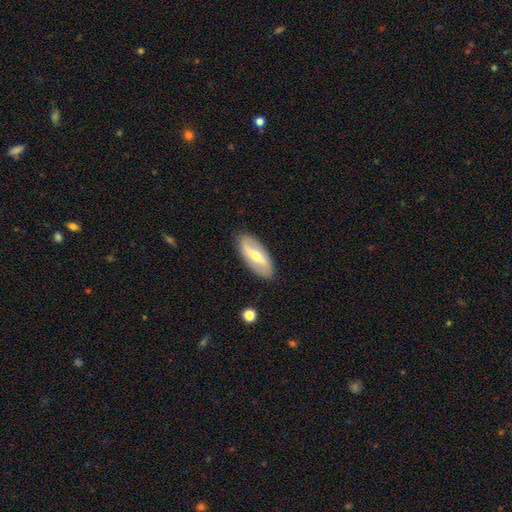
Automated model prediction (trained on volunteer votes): smooth_or_featured: featured or disk (p=0.56) [alt: smooth p=0.38]
disk_edge_on: no (p=0.84) [alt: yes p=0.16]
merging: none (p=0.87) [alt: minor disturbance p=0.09]